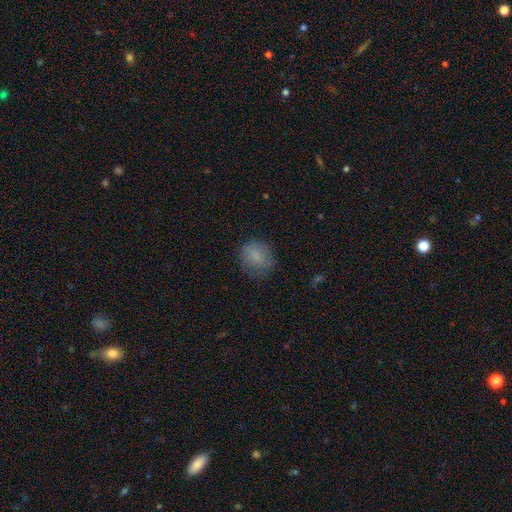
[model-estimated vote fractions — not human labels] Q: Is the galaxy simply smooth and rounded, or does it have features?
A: smooth — 81%.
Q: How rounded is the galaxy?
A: round — 78%.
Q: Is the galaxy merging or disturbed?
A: none — 73%.